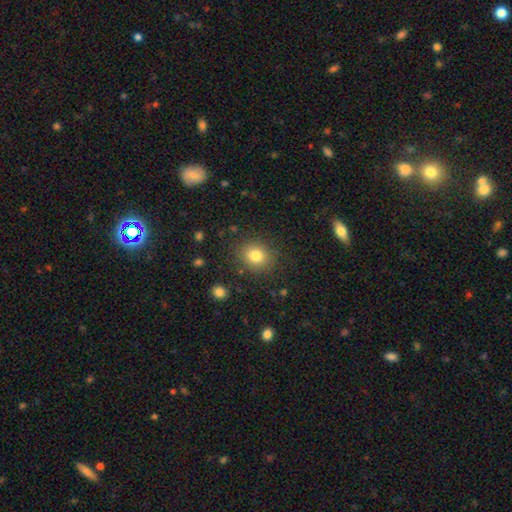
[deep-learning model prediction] A smooth galaxy with no disk features (80%) that is round (68%).

Vote fractions:
- Smooth or featured? smooth: 80% / star or artifact: 12% / featured or disk: 8%
- How rounded? round: 68% / in between: 31% / cigar-shaped: 1%
- Merging? none: 85% / minor disturbance: 9% / major disturbance: 4% / merger: 2%